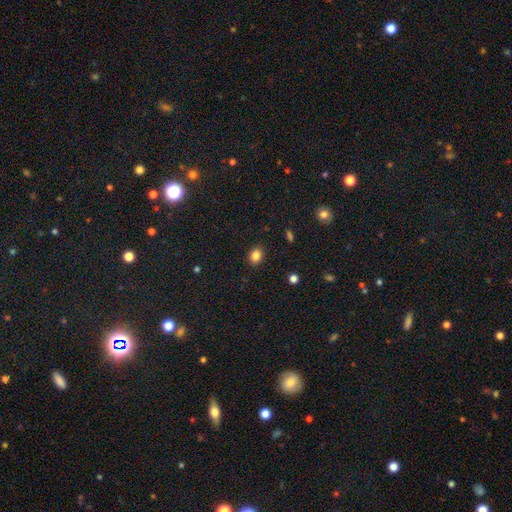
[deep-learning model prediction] smooth_or_featured: smooth (p=0.85) [alt: star or artifact p=0.11]
how_rounded: in between (p=0.52) [alt: round p=0.47]
merging: none (p=0.88) [alt: minor disturbance p=0.08]